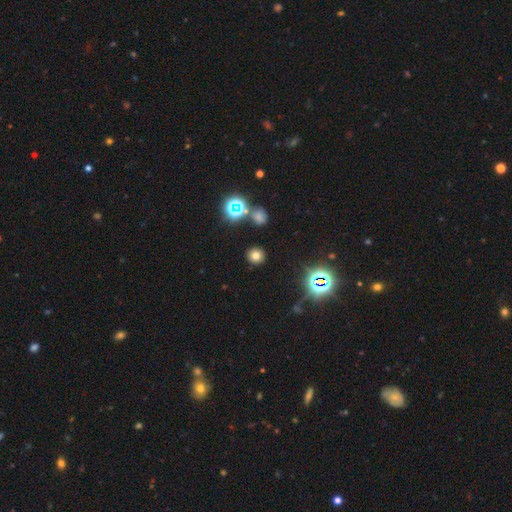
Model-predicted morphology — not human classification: Overall: smooth (67%). How rounded: round (92%). Merging: none (89%).